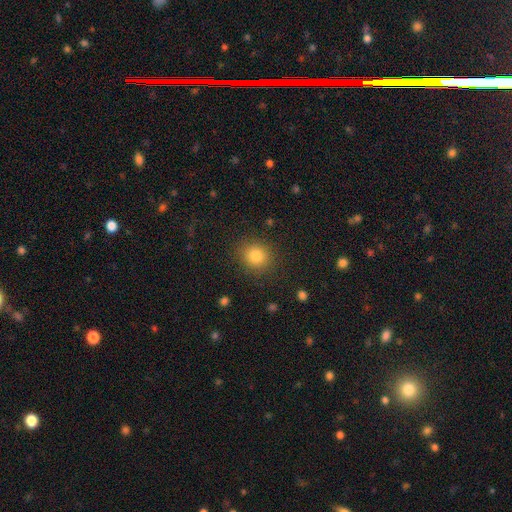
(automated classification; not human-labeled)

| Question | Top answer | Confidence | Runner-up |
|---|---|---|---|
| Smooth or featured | smooth | 82% | star or artifact (12%) |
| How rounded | round | 84% | in between (15%) |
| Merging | none | 87% | minor disturbance (8%) |